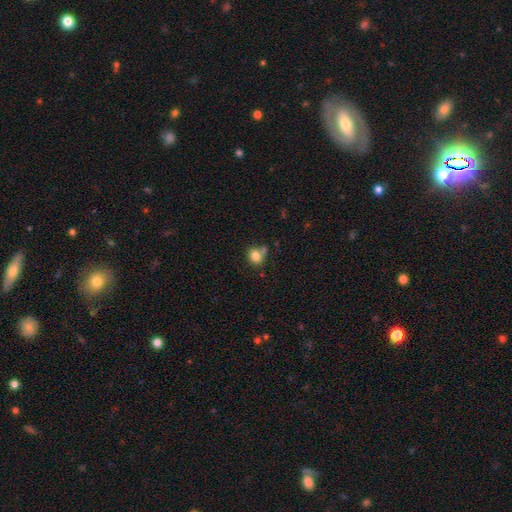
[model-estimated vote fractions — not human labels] The model was most divided on "merging": none: 62%, merger: 18%, minor disturbance: 15%, major disturbance: 5%. More confident: smooth or featured — smooth (81%); how rounded — round (74%).